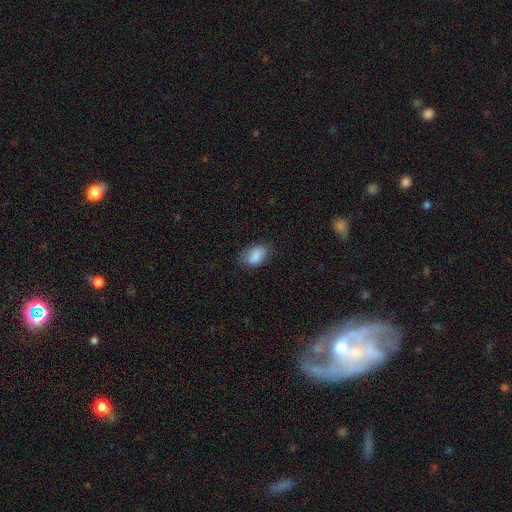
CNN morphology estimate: This appears to be a smooth galaxy with no disk features (86%) that is in between round and cigar-shaped (85%). Merging: none (72%).